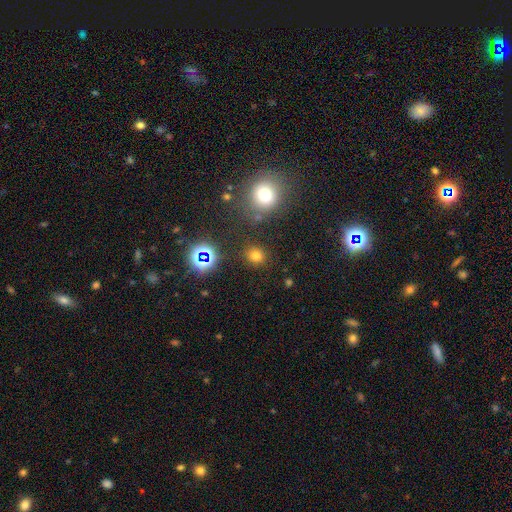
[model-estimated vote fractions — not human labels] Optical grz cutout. It shows a smooth galaxy with no disk features (71%) that is round (80%). Merging: none (86%).